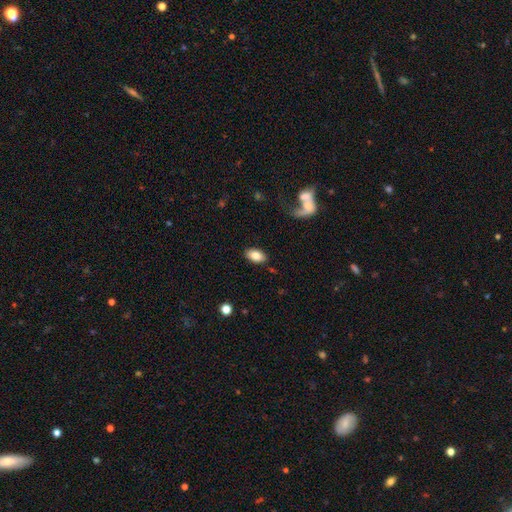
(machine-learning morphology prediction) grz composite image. It shows a smooth galaxy with no disk features (81%) that is in between round and cigar-shaped (93%). Merging: none (86%).